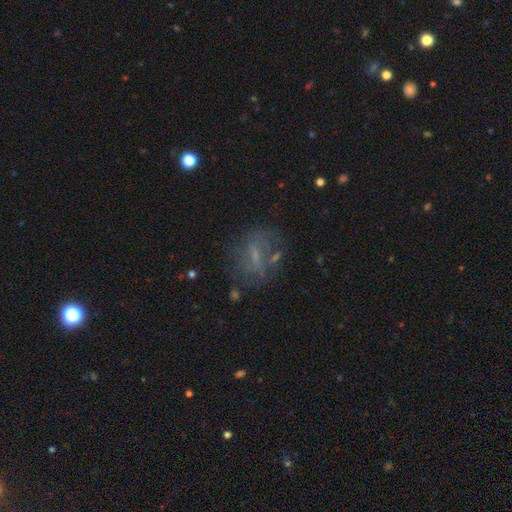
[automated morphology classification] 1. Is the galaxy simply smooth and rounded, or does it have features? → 44% featured or disk, 35% smooth, 21% star or artifact.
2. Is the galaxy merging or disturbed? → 57% none, 19% minor disturbance, 19% major disturbance, 5% merger.